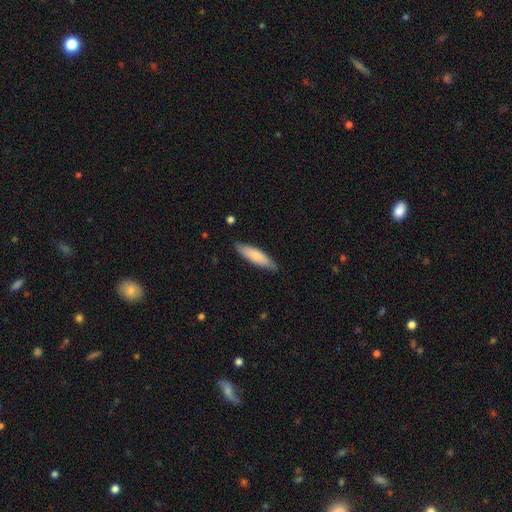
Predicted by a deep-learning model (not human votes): This is likely a smooth galaxy (74%). How rounded: likely cigar-shaped (63%). Merging: clearly none (81%).